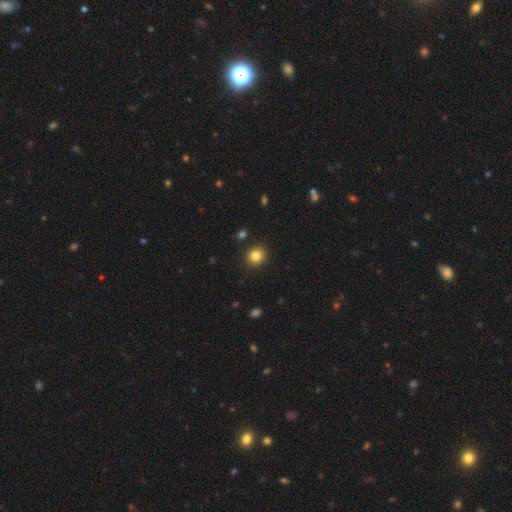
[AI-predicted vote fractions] Smooth or featured: smooth — 84% (star or artifact — 11%)
How rounded: round — 84% (in between — 15%)
Merging: none — 90% (minor disturbance — 6%)